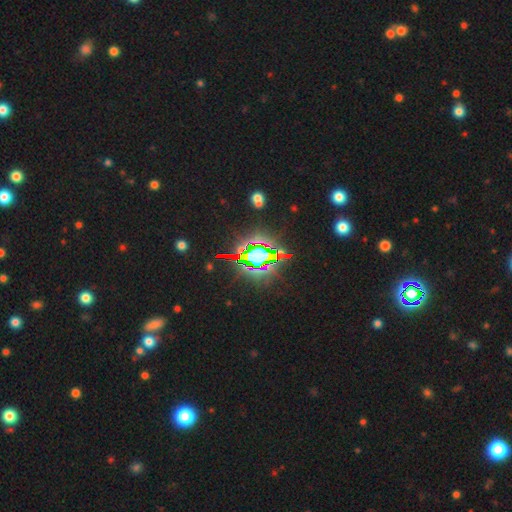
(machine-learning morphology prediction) Q: Smooth or featured?
A: star or artifact (75%); runner-up: smooth (13%)